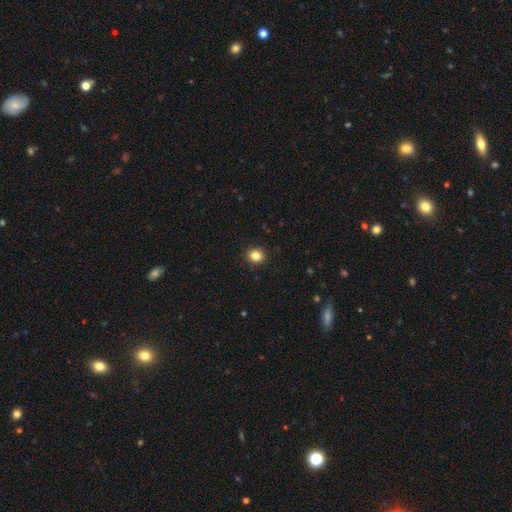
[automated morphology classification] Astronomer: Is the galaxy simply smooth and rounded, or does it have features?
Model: smooth — 84%.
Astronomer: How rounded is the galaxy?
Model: round — 86%.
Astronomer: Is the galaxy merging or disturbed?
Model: none — 92%.